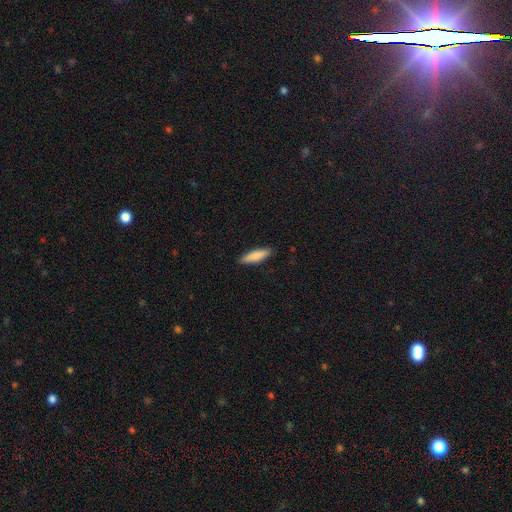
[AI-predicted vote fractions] Morphology: type=smooth (84%); roundness=cigar-shaped (68%); merging=none (89%).